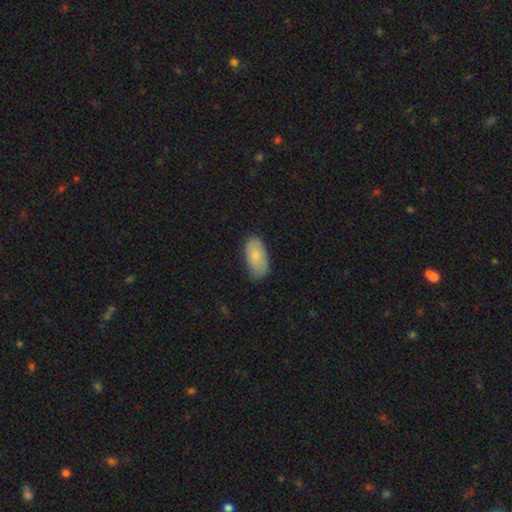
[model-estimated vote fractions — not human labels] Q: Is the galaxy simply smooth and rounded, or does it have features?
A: smooth — 76%.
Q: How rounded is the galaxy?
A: in between — 94%.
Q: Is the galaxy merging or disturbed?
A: none — 70%.